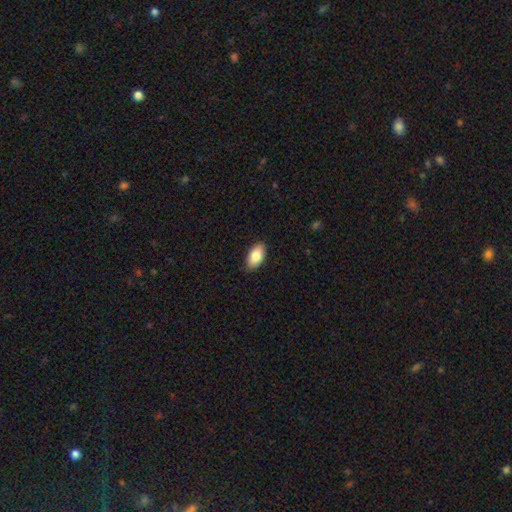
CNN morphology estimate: Smooth or featured?
  - smooth: 83% *
  - featured or disk: 10%
  - star or artifact: 7%
How rounded?
  - in between: 94% *
  - round: 4%
  - cigar-shaped: 3%
Merging?
  - none: 87% *
  - minor disturbance: 10%
  - major disturbance: 2%
  - merger: 1%